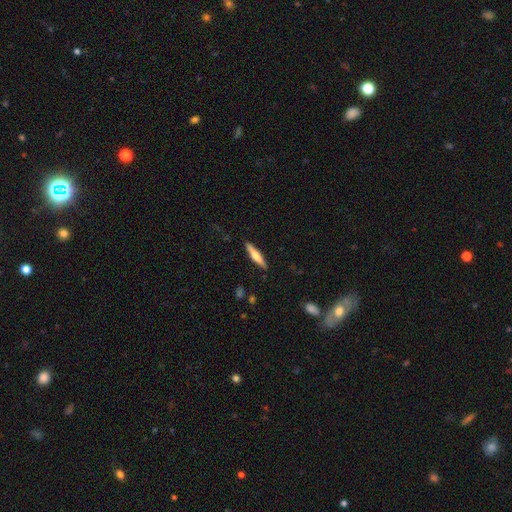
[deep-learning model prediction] Smooth or featured? Predicted: smooth (p=0.53). How rounded? Predicted: cigar-shaped (p=0.86). Merging? Predicted: none (p=0.89).